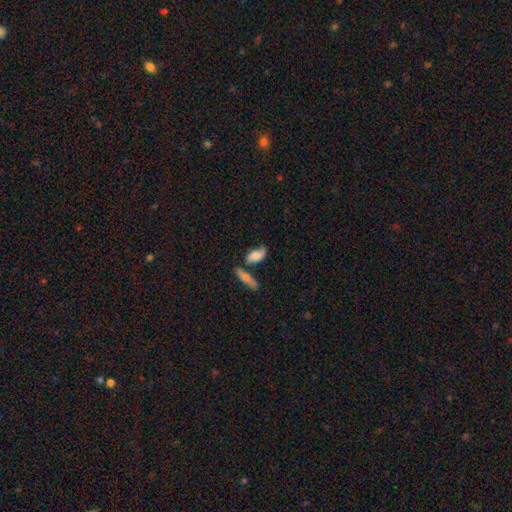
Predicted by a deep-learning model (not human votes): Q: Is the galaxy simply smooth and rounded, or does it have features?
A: featured or disk — 48%.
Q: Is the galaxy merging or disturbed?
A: none — 47%.